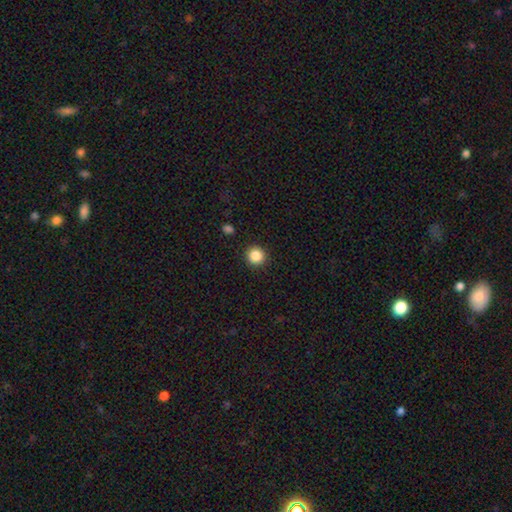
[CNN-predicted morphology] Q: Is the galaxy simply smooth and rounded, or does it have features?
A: smooth — 86%.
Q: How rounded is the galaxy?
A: round — 94%.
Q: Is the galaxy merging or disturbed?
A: none — 92%.